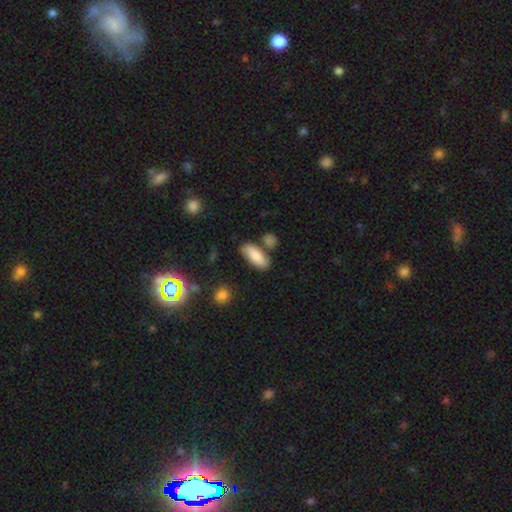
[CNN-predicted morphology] smooth 78%, featured or disk 15%, star or artifact 7%. Down the decision tree: how rounded — in between (76%); merging — none (68%).